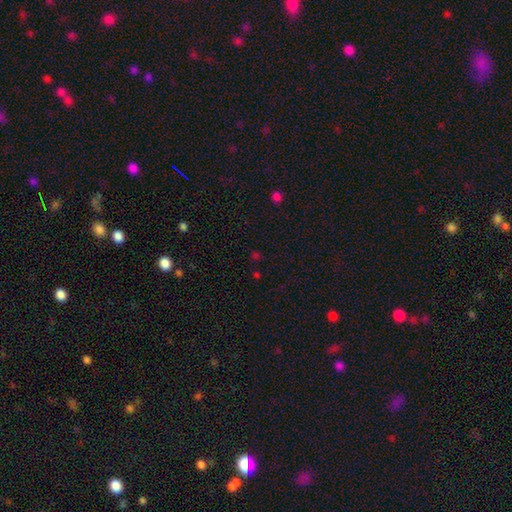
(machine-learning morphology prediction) Smooth or featured? star or artifact (50%)